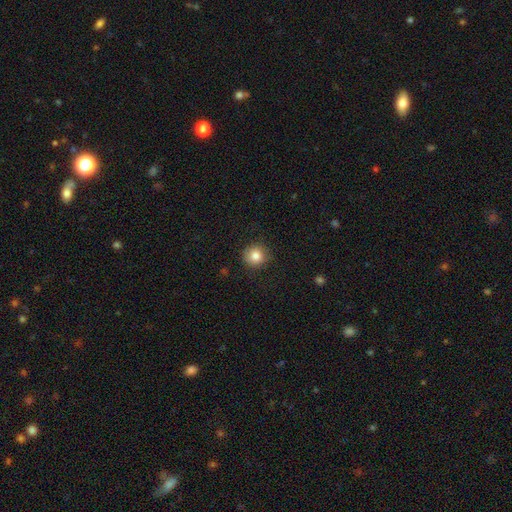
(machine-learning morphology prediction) type=smooth (84%); roundness=round (93%); merging=none (89%).